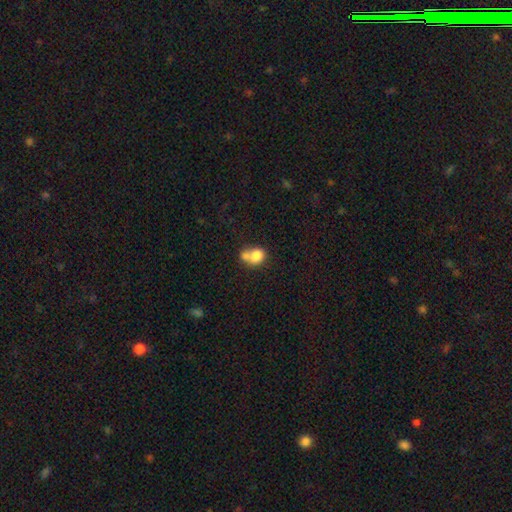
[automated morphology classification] The model was most divided on "how rounded": round: 59%, in between: 40%, cigar-shaped: 1%. More confident: smooth or featured — smooth (78%); merging — merger (56%).